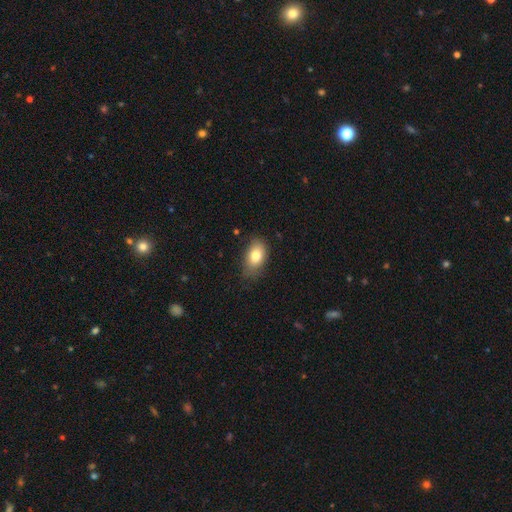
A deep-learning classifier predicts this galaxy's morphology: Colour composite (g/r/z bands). It shows a smooth galaxy with no disk features (80%) that is in between round and cigar-shaped (88%). Merging: none (72%).